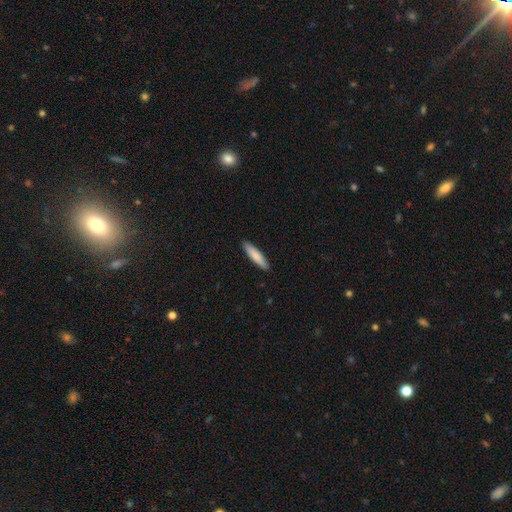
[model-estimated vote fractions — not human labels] Morphology: type=smooth (83%); roundness=cigar-shaped (83%); merging=none (91%).